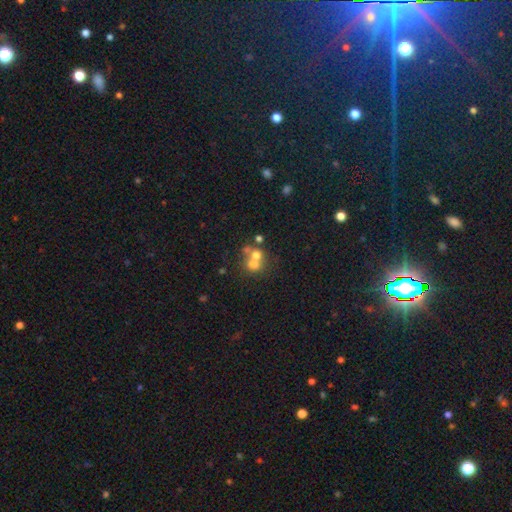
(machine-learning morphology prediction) smooth_or_featured: smooth (p=0.59) [alt: featured or disk p=0.26]
how_rounded: round (p=0.76) [alt: in between p=0.23]
merging: merger (p=0.57) [alt: none p=0.32]